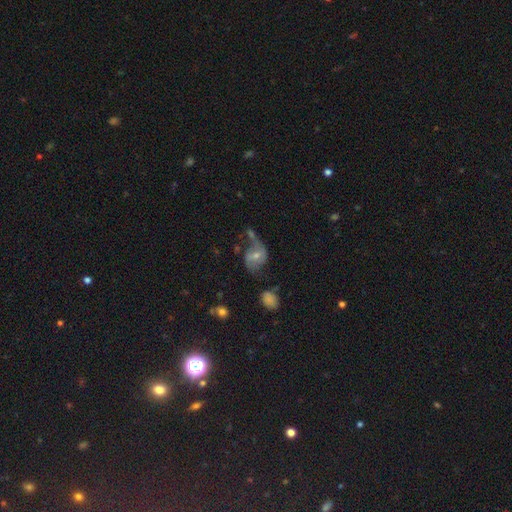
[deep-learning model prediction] Q: Smooth or featured?
A: featured or disk (61%); runner-up: smooth (29%)
Q: Edge-on disk?
A: no (96%); runner-up: yes (4%)
Q: Bar?
A: weak (42%); runner-up: no (39%)
Q: Spiral arms?
A: yes (77%); runner-up: no (23%)
Q: Bulge size?
A: moderate (48%); runner-up: small (45%)
Q: Merging?
A: none (38%); runner-up: major disturbance (26%)